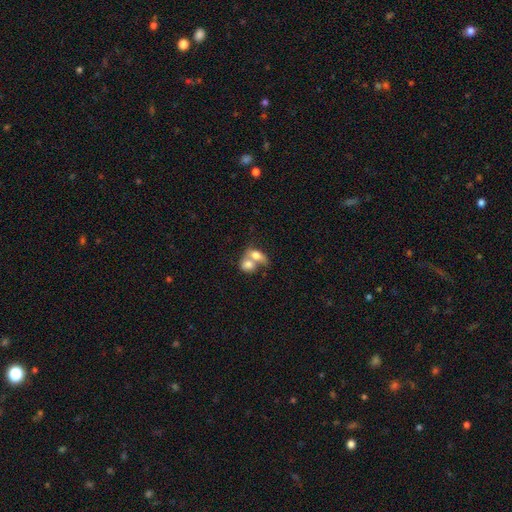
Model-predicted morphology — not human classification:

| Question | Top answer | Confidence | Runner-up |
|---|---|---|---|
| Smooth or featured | smooth | 72% | featured or disk (21%) |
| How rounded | in between | 72% | round (24%) |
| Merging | merger | 76% | none (13%) |